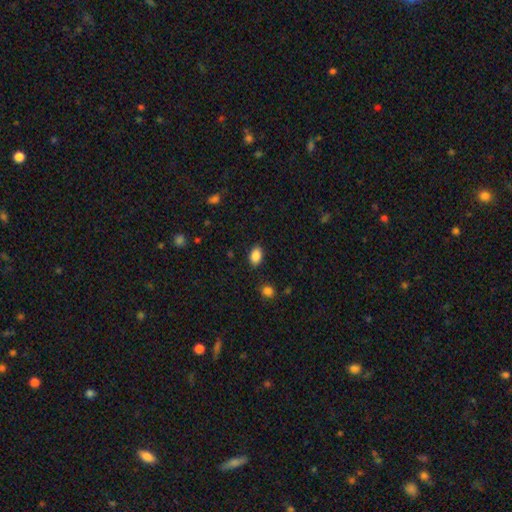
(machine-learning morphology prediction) A smooth galaxy with no disk features (87%) that is in between round and cigar-shaped (84%).

Vote fractions:
- Smooth or featured? smooth: 87% / star or artifact: 9% / featured or disk: 4%
- How rounded? in between: 84% / round: 15% / cigar-shaped: 1%
- Merging? none: 84% / minor disturbance: 11% / major disturbance: 3% / merger: 2%